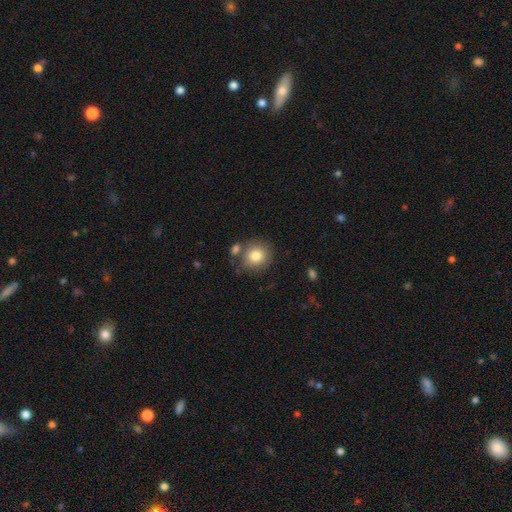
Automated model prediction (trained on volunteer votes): Smooth or featured: smooth — 81% (featured or disk — 10%)
How rounded: round — 85% (in between — 14%)
Merging: none — 69% (merger — 14%)